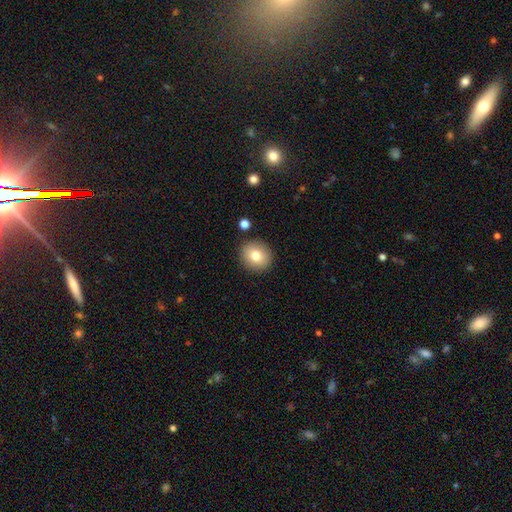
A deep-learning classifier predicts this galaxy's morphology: Q: Smooth or featured?
A: smooth (78%); runner-up: featured or disk (12%)
Q: How rounded?
A: round (85%); runner-up: in between (14%)
Q: Merging?
A: none (89%); runner-up: minor disturbance (7%)